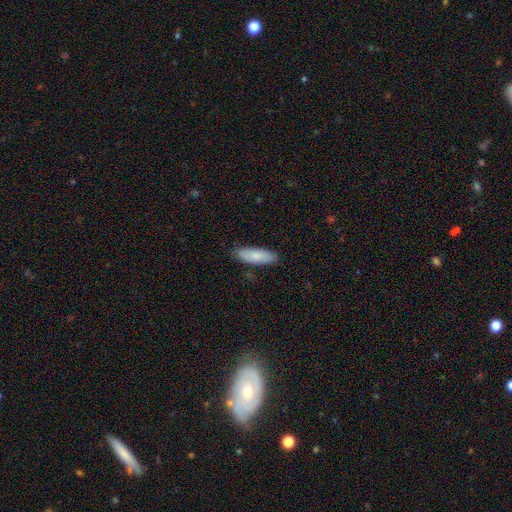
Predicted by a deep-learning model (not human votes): Smooth or featured? Predicted: smooth (p=0.83). How rounded? Predicted: in between (p=0.55). Merging? Predicted: none (p=0.85).